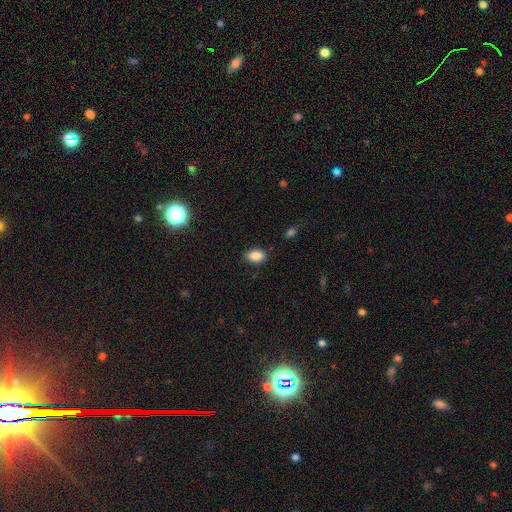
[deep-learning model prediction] A smooth galaxy with no disk features (87%) that is in between round and cigar-shaped (85%). Merging: none (80%).